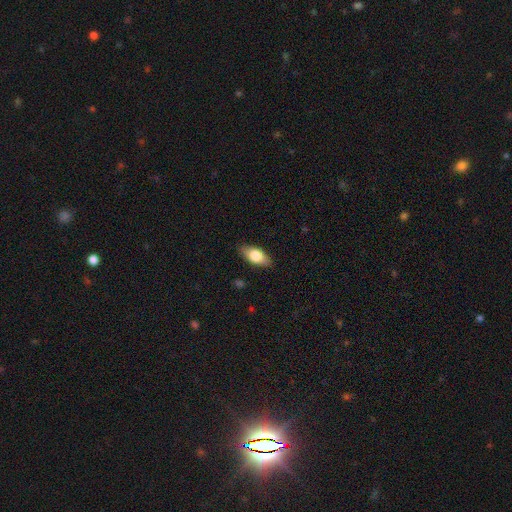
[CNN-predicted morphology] smooth 75%, featured or disk 18%, star or artifact 6%. Down the decision tree: how rounded — in between (88%); merging — none (86%).